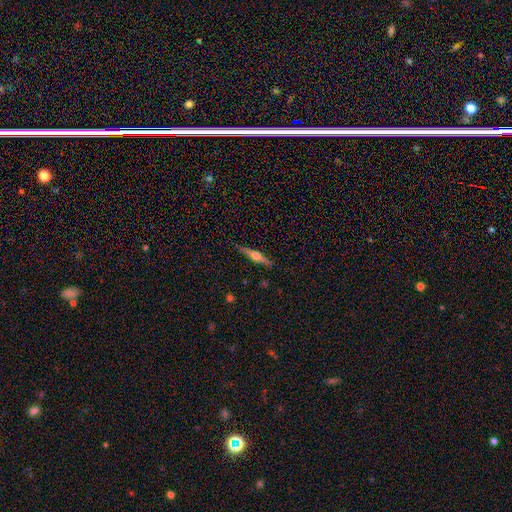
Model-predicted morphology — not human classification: Smooth or featured? Predicted: featured or disk (p=0.63). Edge-on disk? Predicted: yes (p=0.97). Edge-on bulge? Predicted: rounded (p=0.89). Merging? Predicted: none (p=0.86).